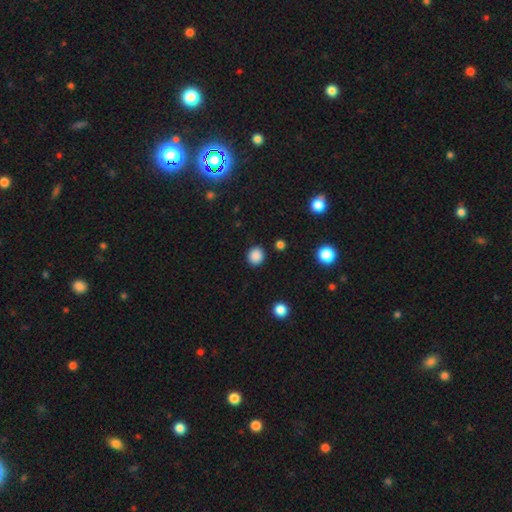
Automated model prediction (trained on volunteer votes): Q: Smooth or featured?
A: smooth (87%); runner-up: star or artifact (10%)
Q: How rounded?
A: round (85%); runner-up: in between (14%)
Q: Merging?
A: none (90%); runner-up: minor disturbance (6%)